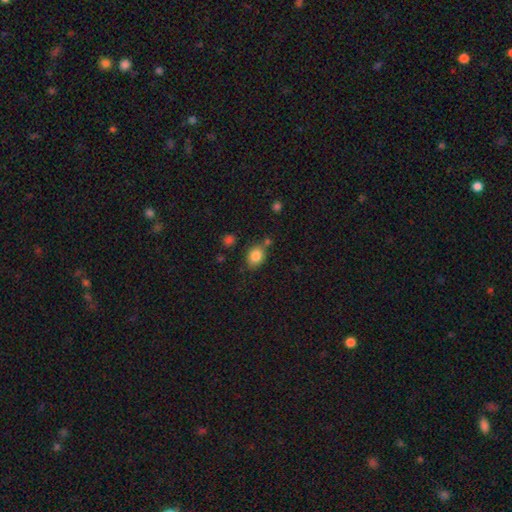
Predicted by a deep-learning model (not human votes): Smooth or featured: smooth — 84% (star or artifact — 9%)
How rounded: in between — 62% (round — 37%)
Merging: none — 69% (minor disturbance — 16%)